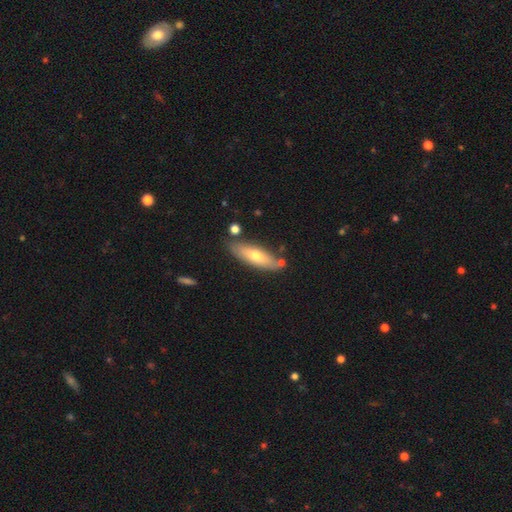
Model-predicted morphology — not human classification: smooth-or-featured: smooth: 60% | featured or disk: 34% | star or artifact: 6%
  how-rounded: in between: 52% | cigar-shaped: 46% | round: 2%
  merging: none: 78% | minor disturbance: 13% | merger: 6% | major disturbance: 3%